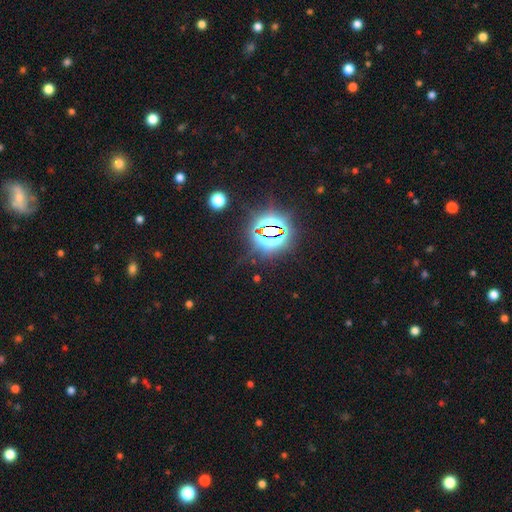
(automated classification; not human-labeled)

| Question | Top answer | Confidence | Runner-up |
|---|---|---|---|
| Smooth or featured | star or artifact | 83% | smooth (11%) |